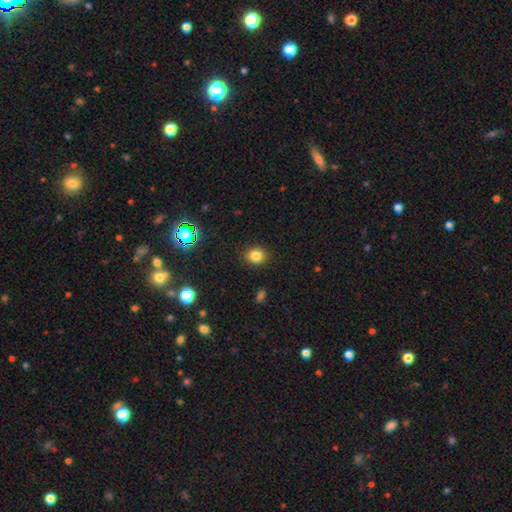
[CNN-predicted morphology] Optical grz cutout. It shows a smooth galaxy with no disk features (82%) that is round (76%). Merging: none (89%).